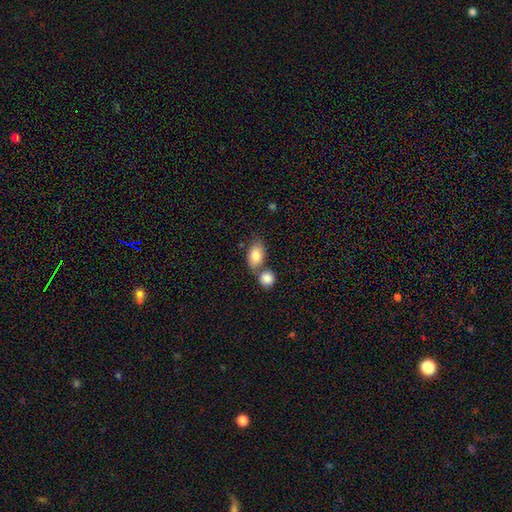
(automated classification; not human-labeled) Smooth or featured: smooth — 82% (featured or disk — 11%)
How rounded: in between — 85% (round — 13%)
Merging: none — 47% (merger — 39%)